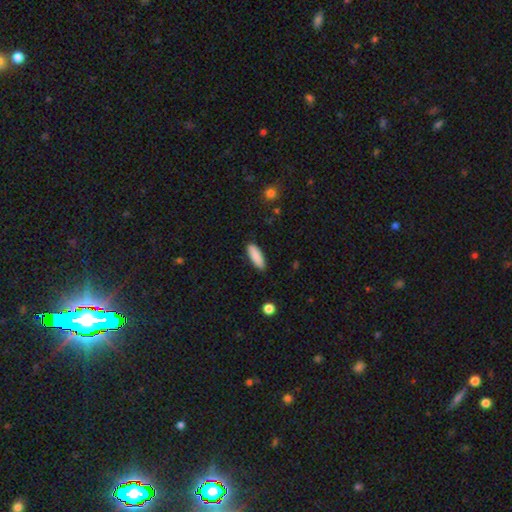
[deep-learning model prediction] Morphology: type=smooth (89%); roundness=in between (58%); merging=none (88%).